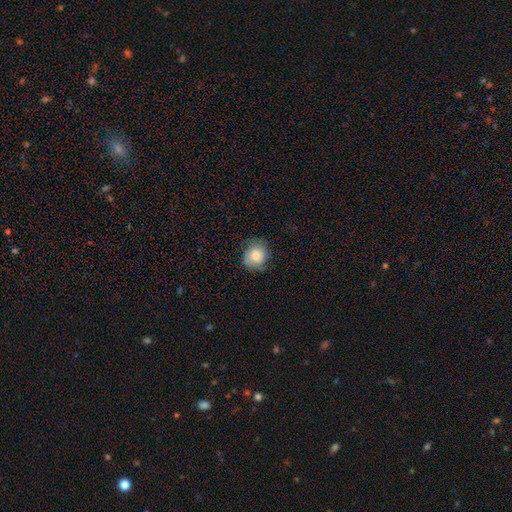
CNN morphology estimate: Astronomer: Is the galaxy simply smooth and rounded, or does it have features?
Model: smooth — 69%.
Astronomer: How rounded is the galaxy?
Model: round — 72%.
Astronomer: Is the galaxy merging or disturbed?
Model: none — 68%.